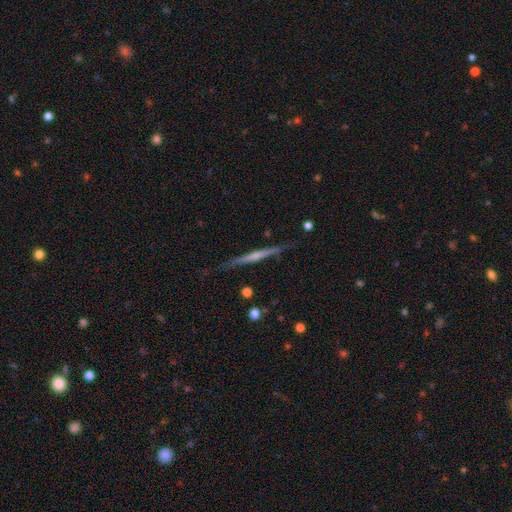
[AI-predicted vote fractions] Smooth or featured? featured or disk (67%)
Edge-on disk? yes (97%)
Edge-on bulge? none (55%)
Merging? none (84%)